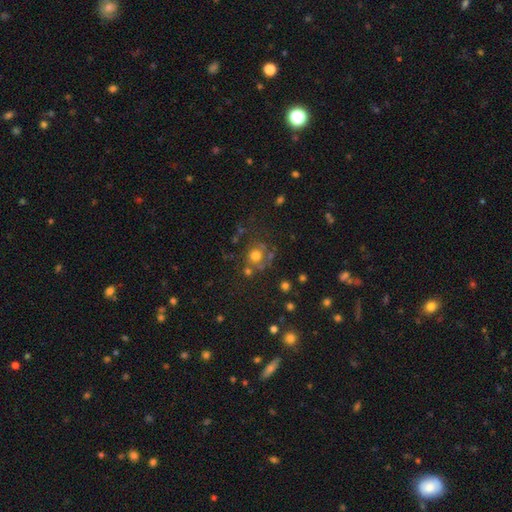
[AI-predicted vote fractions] Smooth or featured? smooth (67%)
How rounded? round (85%)
Merging? none (60%)